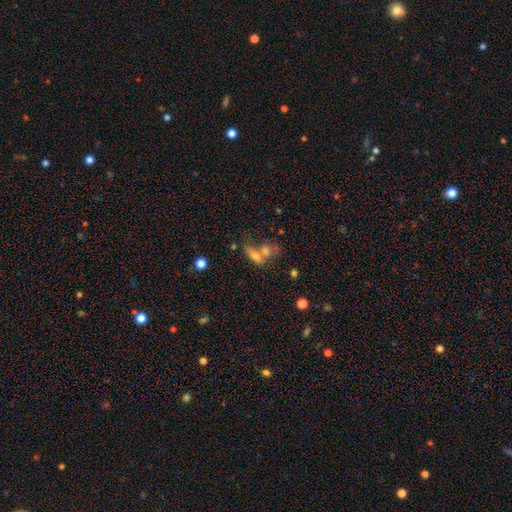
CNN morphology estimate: Smooth or featured? smooth (65%)
How rounded? in between (65%)
Merging? merger (53%)